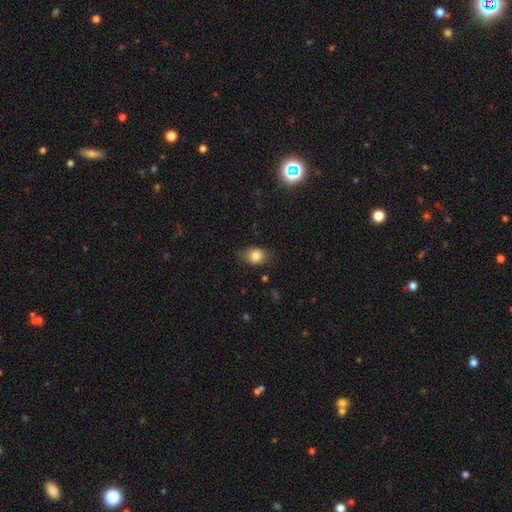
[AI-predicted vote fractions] smooth-or-featured: smooth: 82% | star or artifact: 10% | featured or disk: 8%
  how-rounded: in between: 59% | round: 39% | cigar-shaped: 1%
  merging: none: 72% | minor disturbance: 22% | major disturbance: 5% | merger: 1%